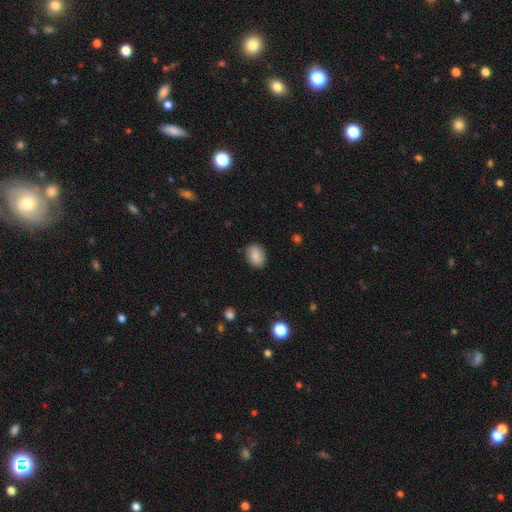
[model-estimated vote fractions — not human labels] A smooth galaxy with no disk features (87%) that is in between round and cigar-shaped (76%).

Vote fractions:
- Smooth or featured? smooth: 87% / star or artifact: 8% / featured or disk: 5%
- How rounded? in between: 76% / round: 23% / cigar-shaped: 1%
- Merging? none: 86% / minor disturbance: 10% / major disturbance: 2% / merger: 1%